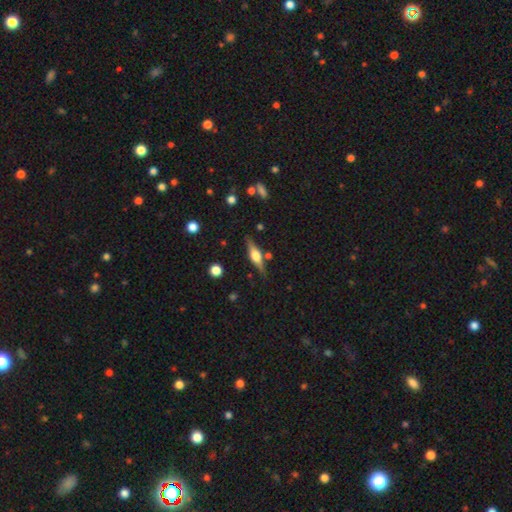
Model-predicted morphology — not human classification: The model was most divided on "smooth or featured": featured or disk: 66%, smooth: 27%, star or artifact: 7%. More confident: edge-on disk — yes (96%); edge-on bulge — rounded (89%); merging — none (82%).